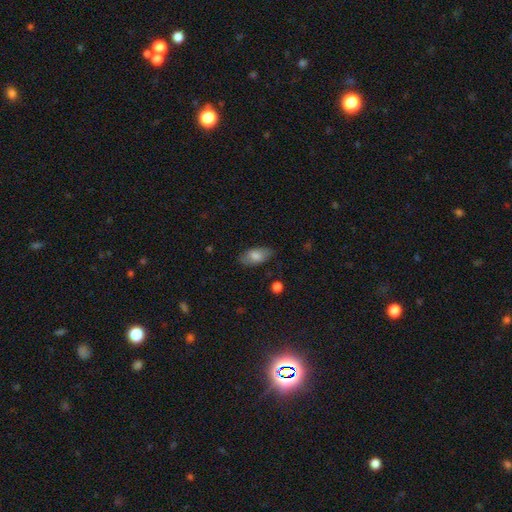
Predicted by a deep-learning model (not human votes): Smooth or featured? smooth (79%)
How rounded? in between (91%)
Merging? none (80%)